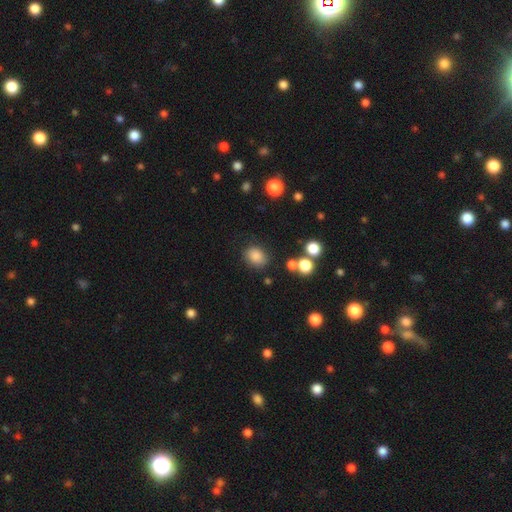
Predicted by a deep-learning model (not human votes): Smooth or featured? Predicted: smooth (p=0.83). How rounded? Predicted: in between (p=0.51). Merging? Predicted: none (p=0.78).